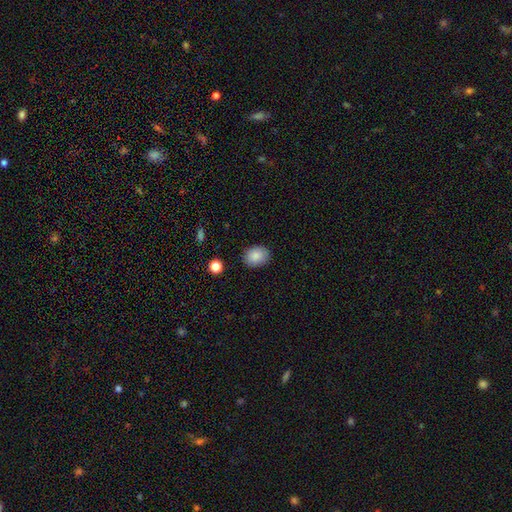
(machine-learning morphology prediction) Smooth or featured?
  - smooth: 87% *
  - star or artifact: 8%
  - featured or disk: 5%
How rounded?
  - in between: 52% *
  - round: 47%
  - cigar-shaped: 1%
Merging?
  - none: 86% *
  - minor disturbance: 10%
  - major disturbance: 2%
  - merger: 2%